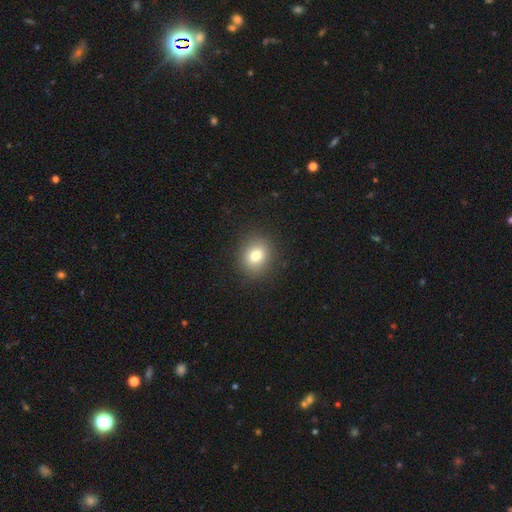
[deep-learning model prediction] Smooth or featured? Predicted: smooth (p=0.79). How rounded? Predicted: round (p=0.71). Merging? Predicted: none (p=0.89).